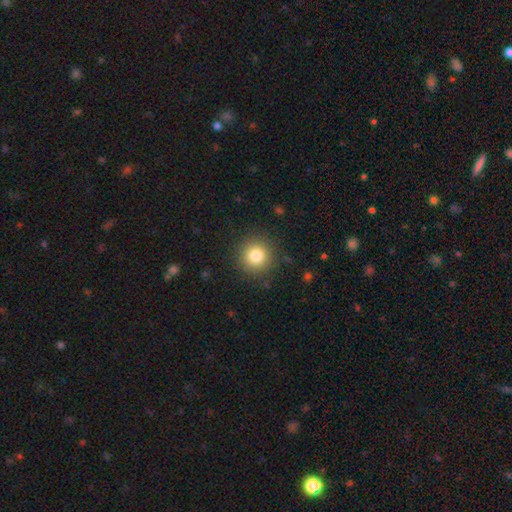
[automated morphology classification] smooth_or_featured: smooth (p=0.82) [alt: star or artifact p=0.11]
how_rounded: round (p=0.95) [alt: in between p=0.04]
merging: none (p=0.89) [alt: minor disturbance p=0.07]